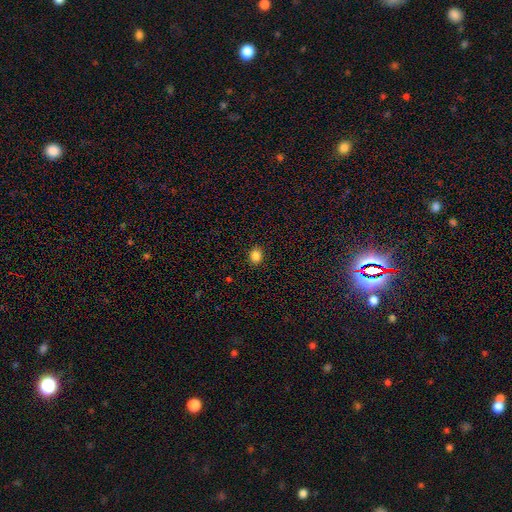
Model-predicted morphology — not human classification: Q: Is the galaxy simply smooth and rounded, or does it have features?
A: smooth — 85%.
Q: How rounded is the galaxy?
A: round — 63%.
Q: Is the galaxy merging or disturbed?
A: none — 91%.